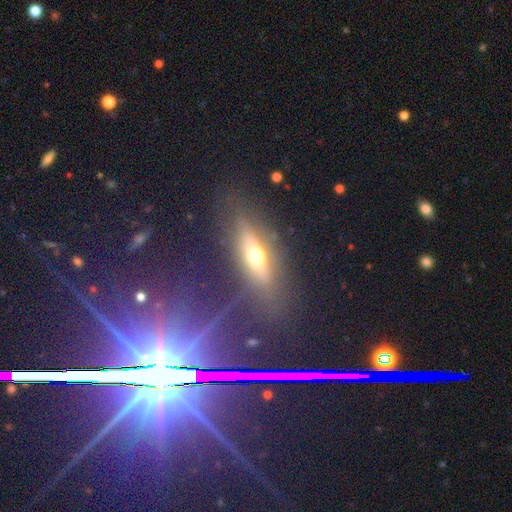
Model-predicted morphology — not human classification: Smooth or featured?
  - featured or disk: 47% *
  - smooth: 35%
  - star or artifact: 18%
Merging?
  - none: 79% *
  - minor disturbance: 12%
  - major disturbance: 6%
  - merger: 3%